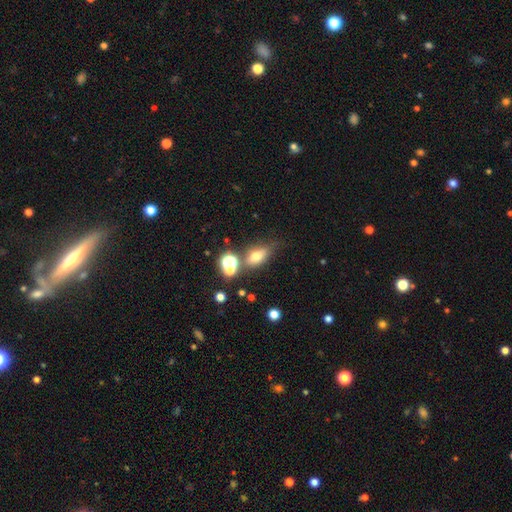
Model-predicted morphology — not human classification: The model was most divided on "merging": none: 52%, minor disturbance: 20%, merger: 18%, major disturbance: 10%. More confident: how rounded — in between (69%); smooth or featured — smooth (62%).